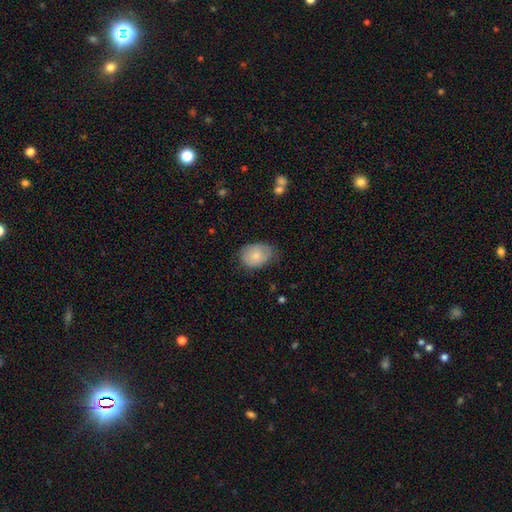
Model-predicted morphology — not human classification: Smooth or featured: smooth — 74% (featured or disk — 19%)
How rounded: in between — 69% (round — 30%)
Merging: none — 61% (minor disturbance — 31%)